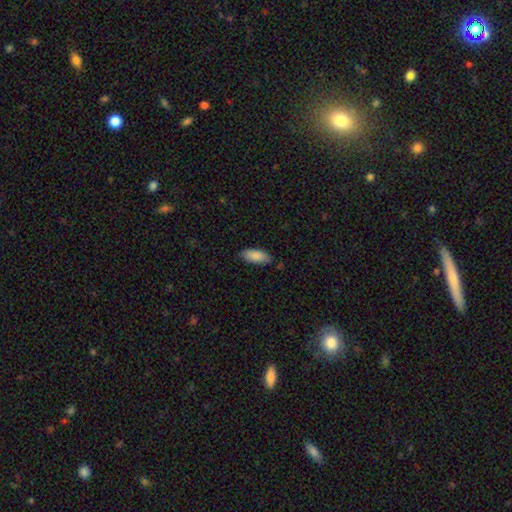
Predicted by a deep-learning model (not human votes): Overall: smooth (87%). How rounded: in between (82%). Merging: none (82%).